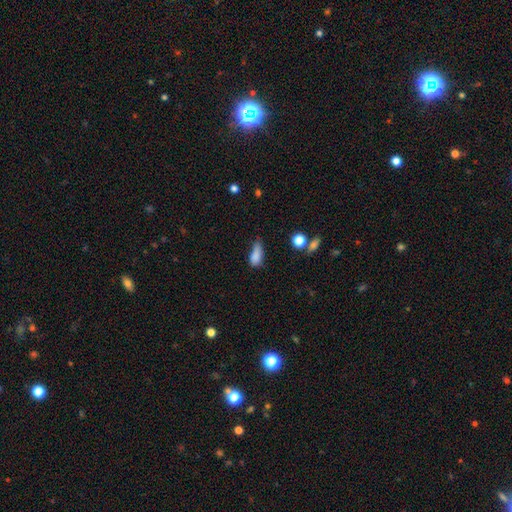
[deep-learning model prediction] Q: Smooth or featured?
A: smooth (81%); runner-up: star or artifact (10%)
Q: How rounded?
A: in between (74%); runner-up: cigar-shaped (20%)
Q: Merging?
A: minor disturbance (43%); runner-up: none (35%)